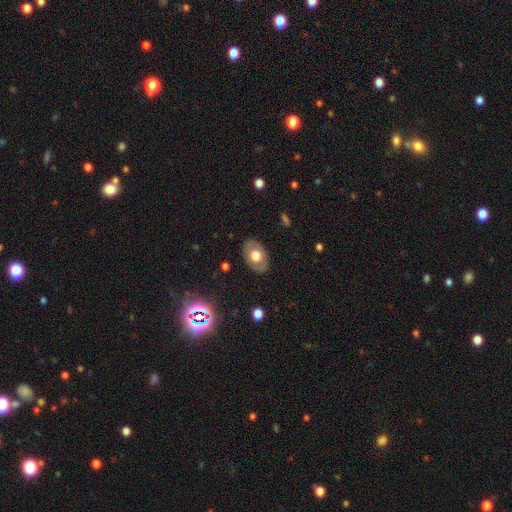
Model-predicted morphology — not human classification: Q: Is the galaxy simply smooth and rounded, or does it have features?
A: smooth — 62%.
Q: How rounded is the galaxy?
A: in between — 83%.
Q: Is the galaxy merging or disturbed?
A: none — 84%.